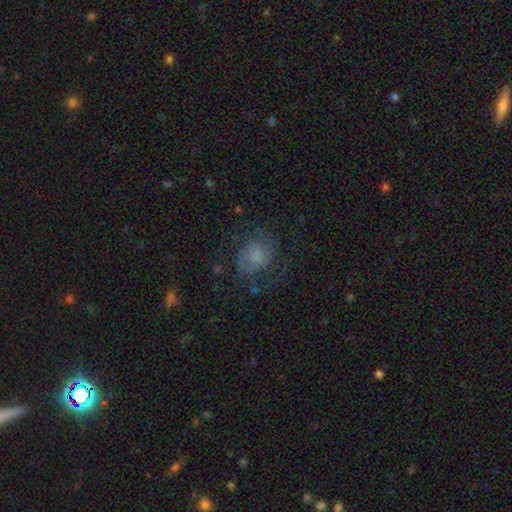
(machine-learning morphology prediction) The model was most divided on "smooth or featured": featured or disk: 47%, smooth: 40%, star or artifact: 13%. More confident: merging — none (59%).